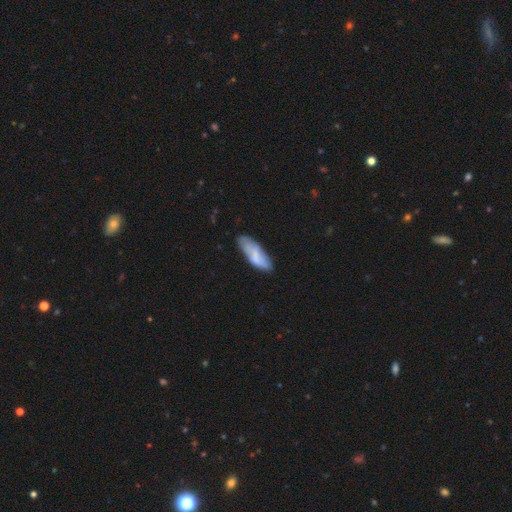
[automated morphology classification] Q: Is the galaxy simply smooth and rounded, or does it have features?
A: smooth — 69%.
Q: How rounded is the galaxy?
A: in between — 64%.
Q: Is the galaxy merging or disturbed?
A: none — 63%.